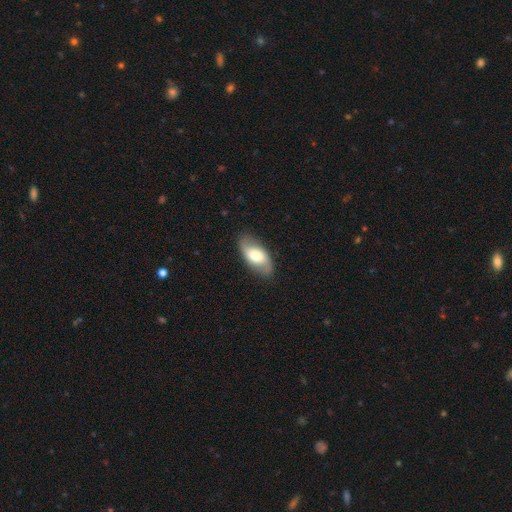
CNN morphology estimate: This is possibly a smooth galaxy (54%). How rounded: clearly in between (91%). Merging: clearly none (82%).